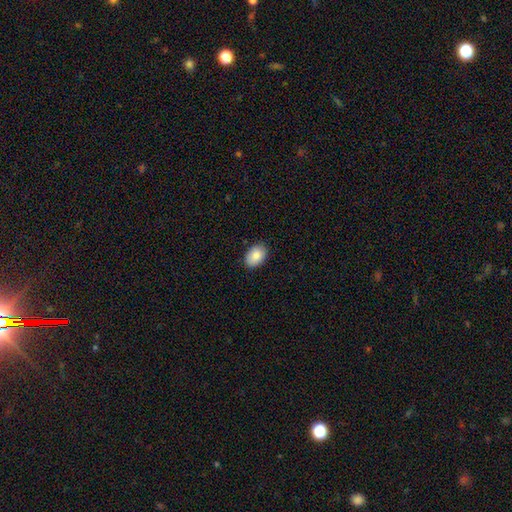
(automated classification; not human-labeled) Smooth or featured: smooth — 87% (star or artifact — 7%)
How rounded: in between — 84% (round — 15%)
Merging: none — 85% (minor disturbance — 12%)